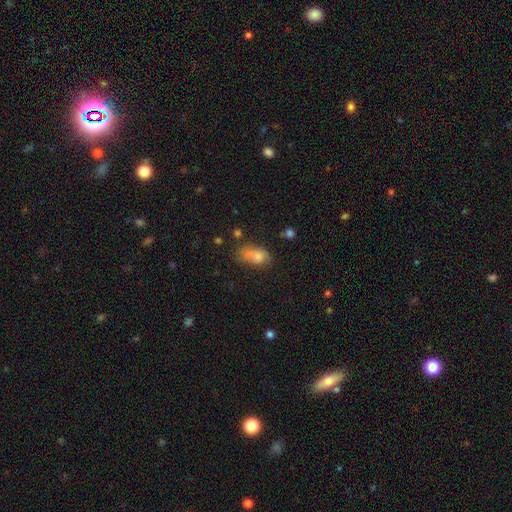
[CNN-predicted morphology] Smooth or featured: smooth — 74% (featured or disk — 16%)
How rounded: in between — 87% (round — 8%)
Merging: none — 42% (minor disturbance — 32%)